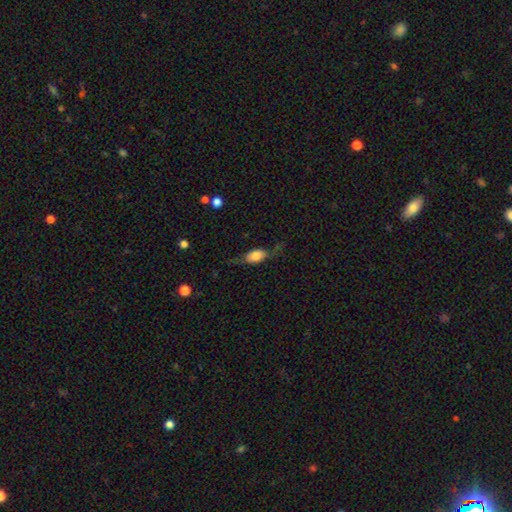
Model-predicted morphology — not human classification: smooth_or_featured: smooth (p=0.59) [alt: featured or disk p=0.34]
how_rounded: in between (p=0.77) [alt: cigar-shaped p=0.16]
merging: none (p=0.60) [alt: minor disturbance p=0.24]